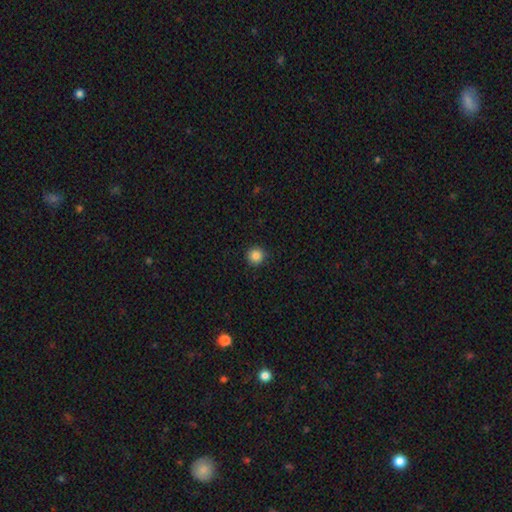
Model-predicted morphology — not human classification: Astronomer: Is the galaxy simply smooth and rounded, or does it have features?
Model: smooth — 85%.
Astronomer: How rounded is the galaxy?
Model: round — 96%.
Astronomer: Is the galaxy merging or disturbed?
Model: none — 92%.